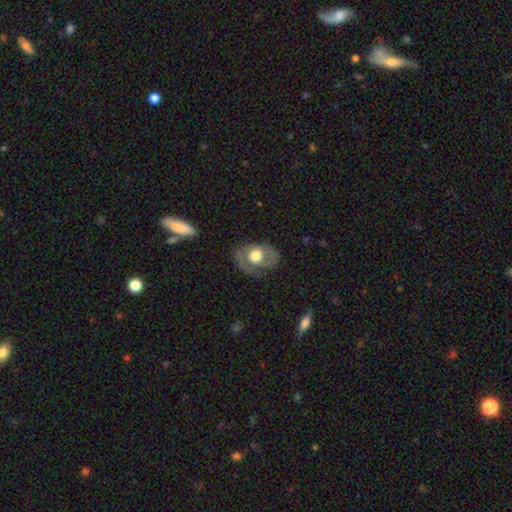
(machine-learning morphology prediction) Smooth or featured? featured or disk (57%)
Edge-on disk? no (94%)
Bar? no (82%)
Spiral arms? no (50%, tied with yes)
Bulge size? large (55%)
Merging? none (69%)